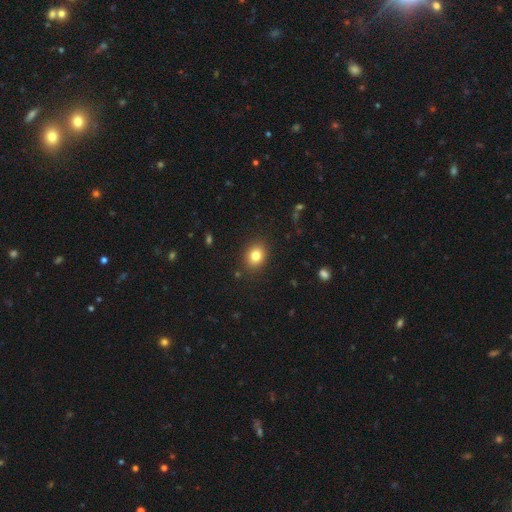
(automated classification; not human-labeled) Morphology: type=smooth (81%); roundness=round (51%); merging=none (88%).